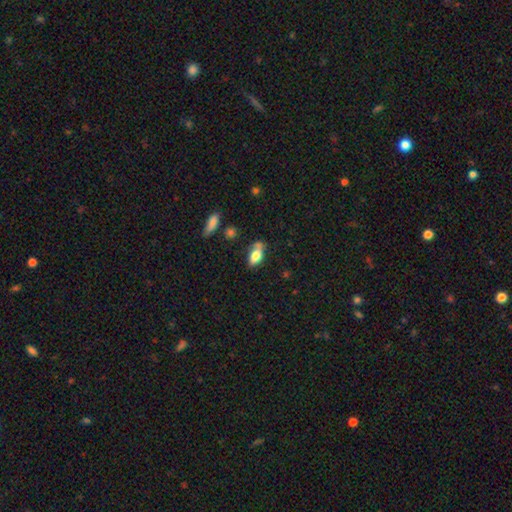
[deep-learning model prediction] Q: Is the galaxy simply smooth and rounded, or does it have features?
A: smooth — 76%.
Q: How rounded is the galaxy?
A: in between — 88%.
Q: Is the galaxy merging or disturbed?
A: none — 53%.